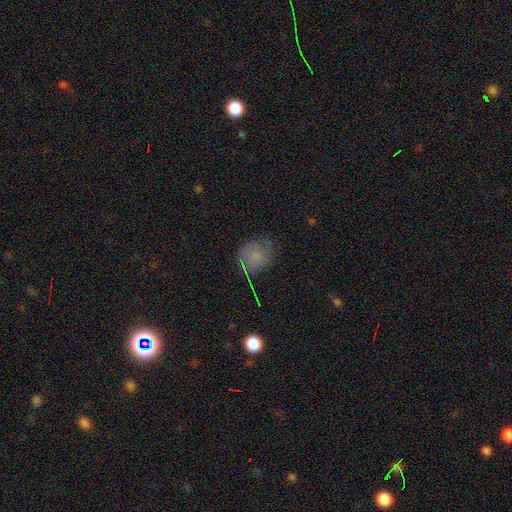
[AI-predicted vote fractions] This appears to be a smooth galaxy with no disk features (62%) that is round (59%). Merging: none (60%).